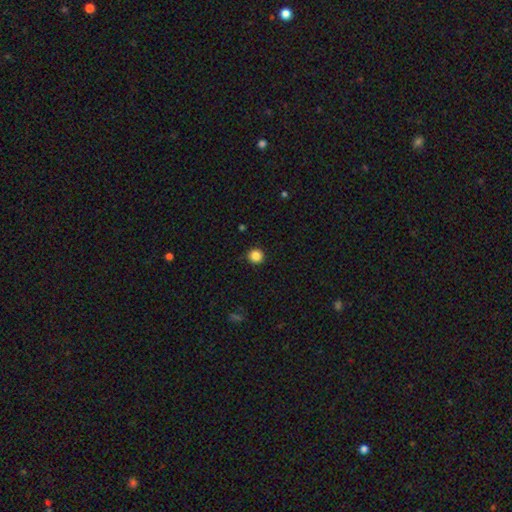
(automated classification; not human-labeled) Q: Smooth or featured?
A: smooth (85%); runner-up: star or artifact (11%)
Q: How rounded?
A: round (95%); runner-up: in between (5%)
Q: Merging?
A: none (91%); runner-up: minor disturbance (6%)